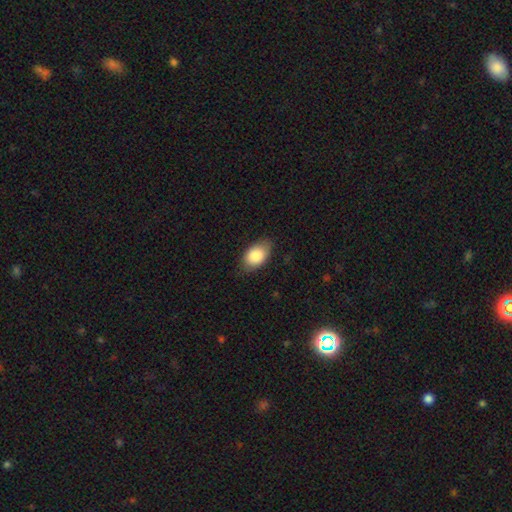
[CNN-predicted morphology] A smooth galaxy with no disk features (86%) that is in between round and cigar-shaped (90%).

Vote fractions:
- Smooth or featured? smooth: 86% / featured or disk: 7% / star or artifact: 7%
- How rounded? in between: 90% / round: 8% / cigar-shaped: 2%
- Merging? none: 78% / minor disturbance: 18% / major disturbance: 3% / merger: 1%